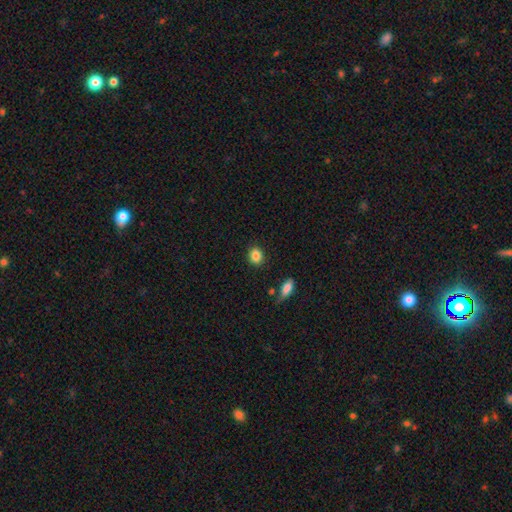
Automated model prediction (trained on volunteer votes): Morphology: type=smooth (86%); roundness=round (63%); merging=none (88%).